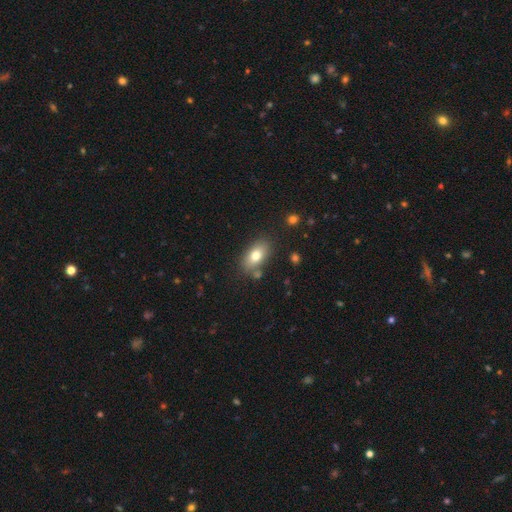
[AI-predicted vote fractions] Smooth or featured? smooth (76%)
How rounded? in between (88%)
Merging? none (76%)